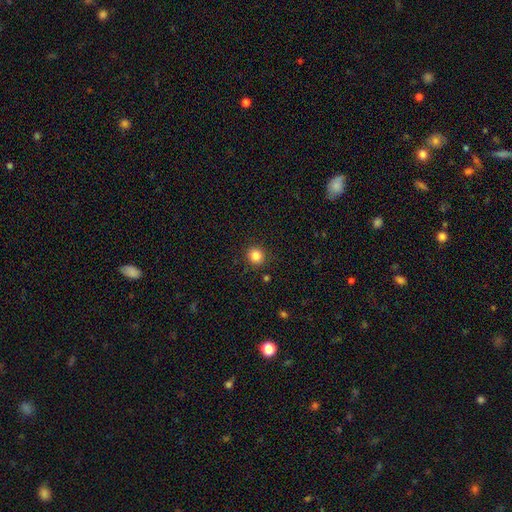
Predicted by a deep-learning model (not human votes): A smooth galaxy with no disk features (84%) that is round (90%).

Vote fractions:
- Smooth or featured? smooth: 84% / star or artifact: 11% / featured or disk: 4%
- How rounded? round: 90% / in between: 9% / cigar-shaped: 1%
- Merging? none: 90% / minor disturbance: 6% / major disturbance: 2% / merger: 1%